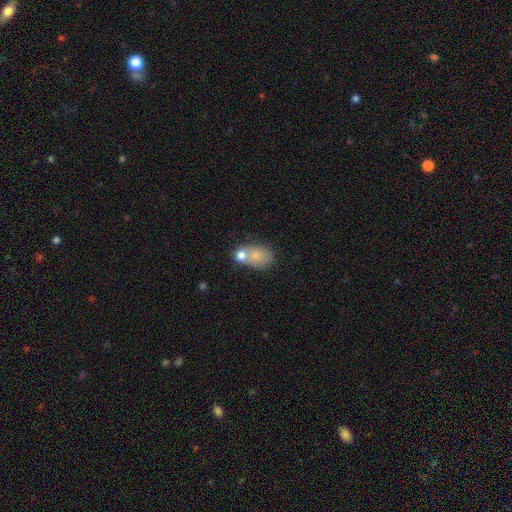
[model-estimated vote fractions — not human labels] Smooth or featured: smooth — 74% (featured or disk — 17%)
How rounded: in between — 69% (round — 29%)
Merging: merger — 45% (none — 34%)